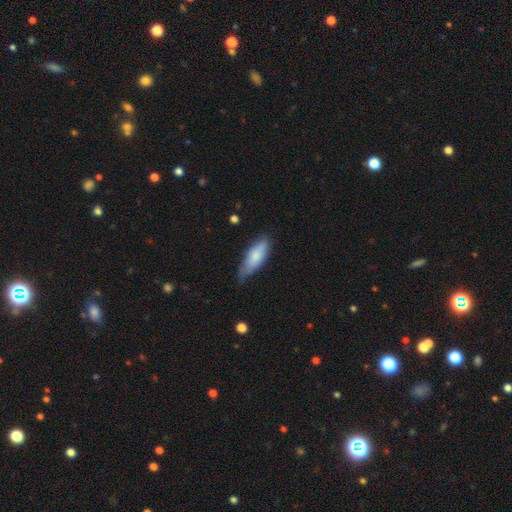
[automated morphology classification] Smooth or featured?
  - smooth: 78% *
  - featured or disk: 16%
  - star or artifact: 6%
How rounded?
  - in between: 68% *
  - cigar-shaped: 30%
  - round: 2%
Merging?
  - none: 57% *
  - minor disturbance: 35%
  - major disturbance: 6%
  - merger: 2%